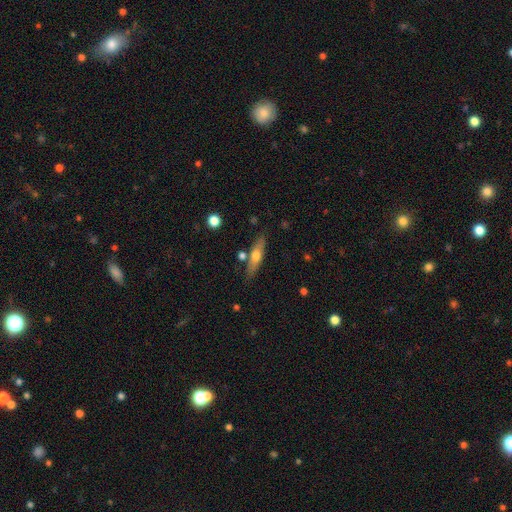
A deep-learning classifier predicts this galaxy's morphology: Overall: smooth (53%; featured or disk 41%). How rounded: cigar-shaped (66%; in between 31%). Merging: none (77%).